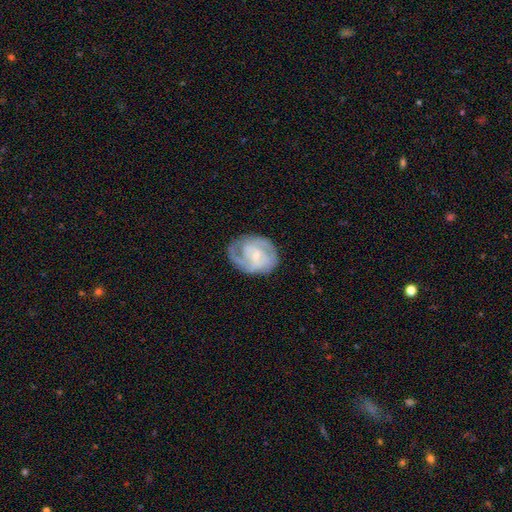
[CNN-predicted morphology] Smooth or featured? featured or disk (76%)
Edge-on disk? no (97%)
Bar? no (49%)
Spiral arms? yes (91%)
Spiral winding? tight (49%)
Spiral arm count? 2 (44%)
Bulge size? small (66%)
Merging? none (67%)